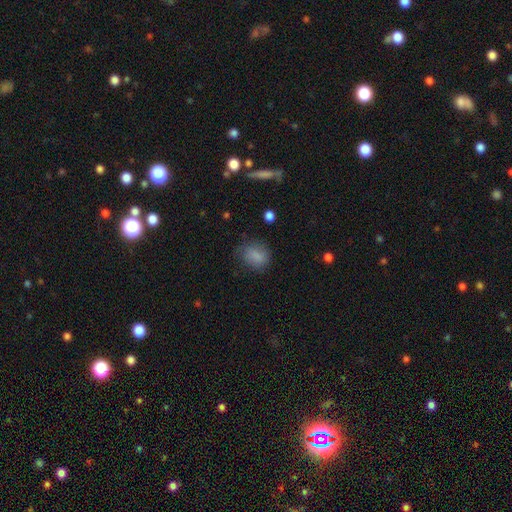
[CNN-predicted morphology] smooth_or_featured: smooth (p=0.82) [alt: star or artifact p=0.10]
how_rounded: in between (p=0.57) [alt: round p=0.42]
merging: none (p=0.68) [alt: minor disturbance p=0.23]